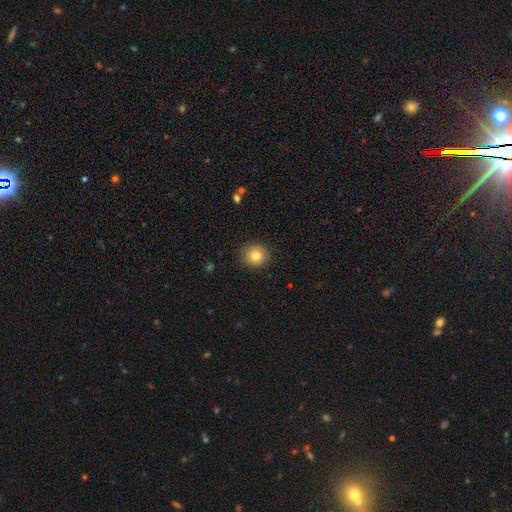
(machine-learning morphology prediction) Smooth or featured? smooth (80%)
How rounded? round (90%)
Merging? none (89%)